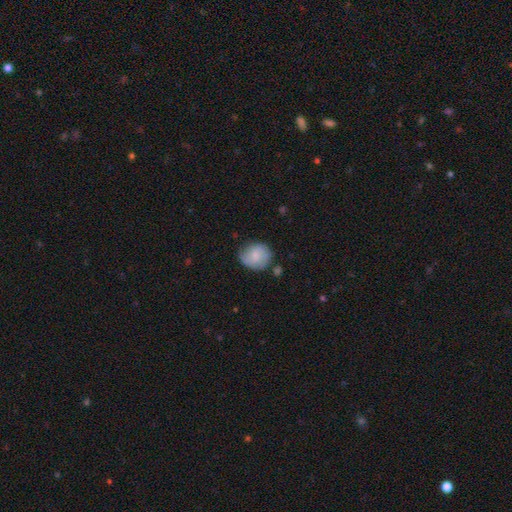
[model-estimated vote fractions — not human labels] This appears to be a smooth galaxy with no disk features (68%) that is round (76%). Merging: none (66%).